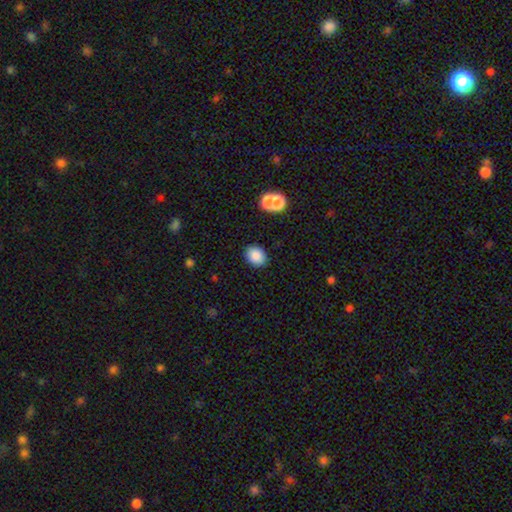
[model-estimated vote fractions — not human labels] smooth-or-featured: smooth: 86% | star or artifact: 9% | featured or disk: 5%
  how-rounded: in between: 54% | round: 45% | cigar-shaped: 1%
  merging: none: 86% | minor disturbance: 8% | merger: 4% | major disturbance: 3%